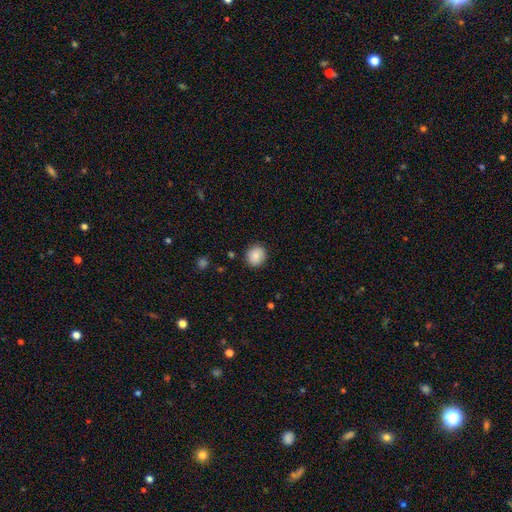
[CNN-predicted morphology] Smooth or featured: smooth — 84% (star or artifact — 9%)
How rounded: round — 88% (in between — 11%)
Merging: none — 88% (minor disturbance — 9%)